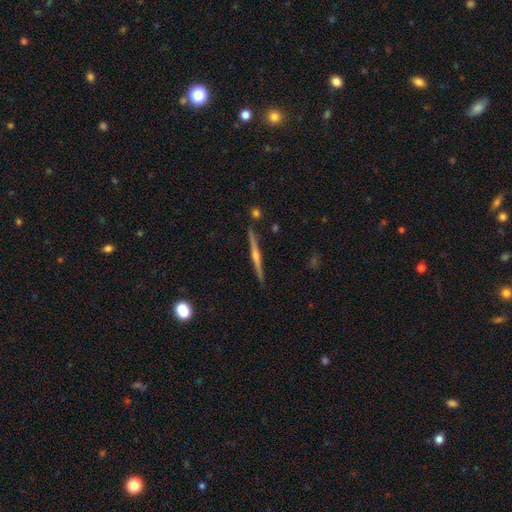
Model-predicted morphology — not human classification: This appears to be a featured or disk galaxy (79%) viewed edge-on (98%) with a rounded central bulge (85%). Merging: none (90%).